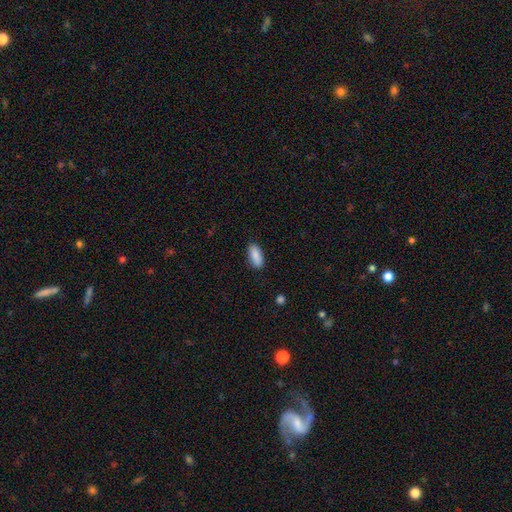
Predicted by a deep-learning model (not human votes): This appears to be a smooth galaxy with no disk features (88%) that is in between round and cigar-shaped (84%). Merging: none (87%).